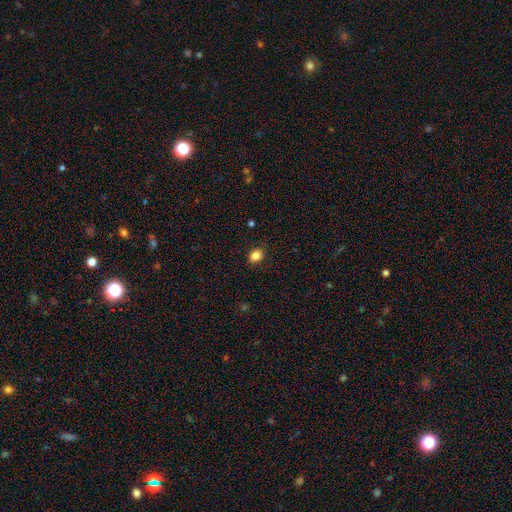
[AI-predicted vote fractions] A smooth galaxy with no disk features (86%) that is in between round and cigar-shaped (58%).

Vote fractions:
- Smooth or featured? smooth: 86% / star or artifact: 10% / featured or disk: 4%
- How rounded? in between: 58% / round: 41% / cigar-shaped: 1%
- Merging? none: 88% / minor disturbance: 8% / major disturbance: 2% / merger: 1%